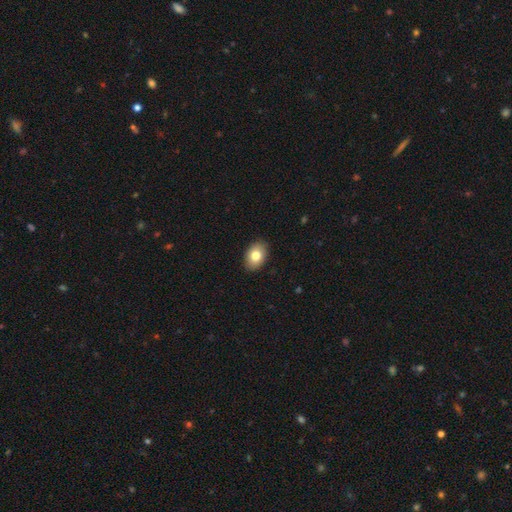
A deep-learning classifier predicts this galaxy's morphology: Smooth or featured?
  - smooth: 81% *
  - featured or disk: 12%
  - star or artifact: 8%
How rounded?
  - in between: 85% *
  - round: 14%
  - cigar-shaped: 1%
Merging?
  - none: 90% *
  - minor disturbance: 8%
  - major disturbance: 2%
  - merger: 1%